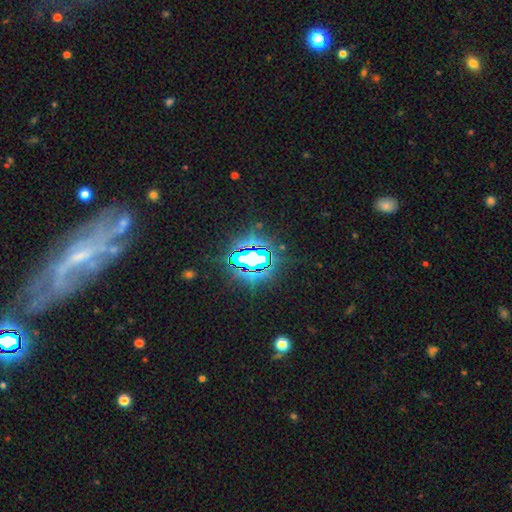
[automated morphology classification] Smooth or featured? Predicted: star or artifact (p=0.76).